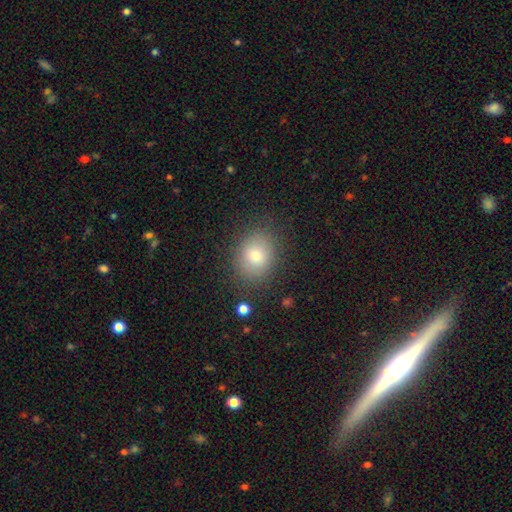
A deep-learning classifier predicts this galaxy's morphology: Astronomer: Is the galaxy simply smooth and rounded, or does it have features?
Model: smooth — 78%.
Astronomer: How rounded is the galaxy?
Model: round — 50% (runner-up: in between, 49%).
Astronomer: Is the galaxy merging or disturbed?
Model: none — 83%.